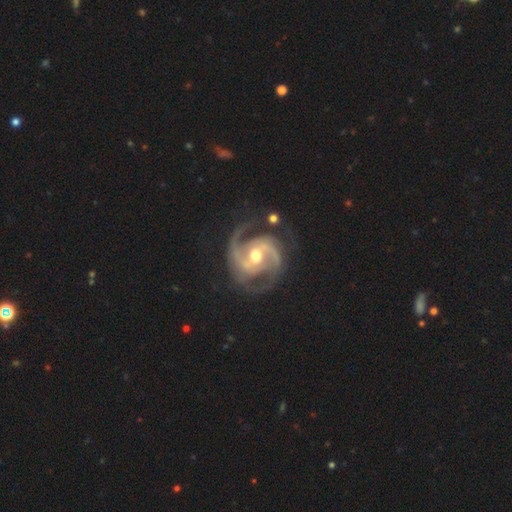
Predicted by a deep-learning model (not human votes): Smooth or featured?
  - featured or disk: 93% *
  - star or artifact: 4%
  - smooth: 3%
Edge-on disk?
  - no: 98% *
  - yes: 2%
Bar?
  - weak: 41% *
  - no: 32%
  - strong: 26%
Spiral arms?
  - yes: 98% *
  - no: 2%
Spiral winding?
  - medium: 58% *
  - tight: 31%
  - loose: 11%
Spiral arm count?
  - 2: 79% *
  - 3: 12%
  - can't tell: 3%
  - 4: 2%
  - 1: 2%
  - more than 4: 2%
Bulge size?
  - moderate: 71% *
  - small: 21%
  - large: 5%
  - none: 1%
  - dominant: 1%
Merging?
  - none: 73% *
  - minor disturbance: 17%
  - major disturbance: 8%
  - merger: 2%